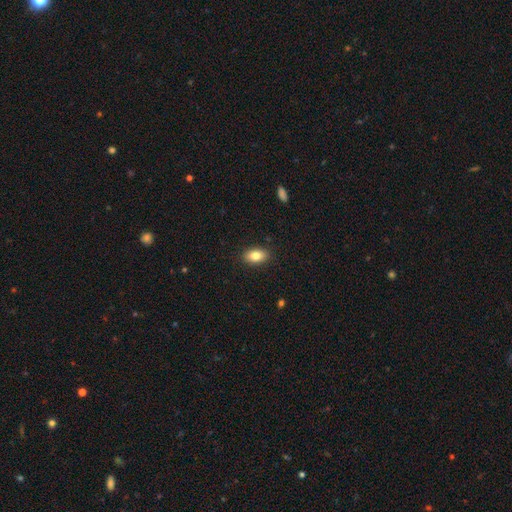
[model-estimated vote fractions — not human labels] Morphology: type=smooth (83%); roundness=in between (90%); merging=none (89%).